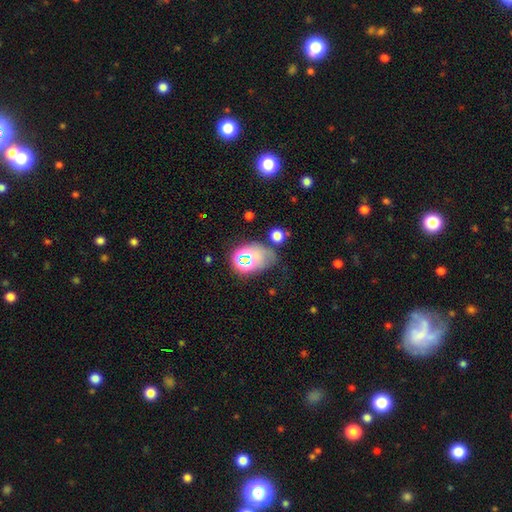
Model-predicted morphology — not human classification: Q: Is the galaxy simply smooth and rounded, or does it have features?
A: smooth — 56%.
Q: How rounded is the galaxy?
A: in between — 65%.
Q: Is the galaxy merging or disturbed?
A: none — 47%.